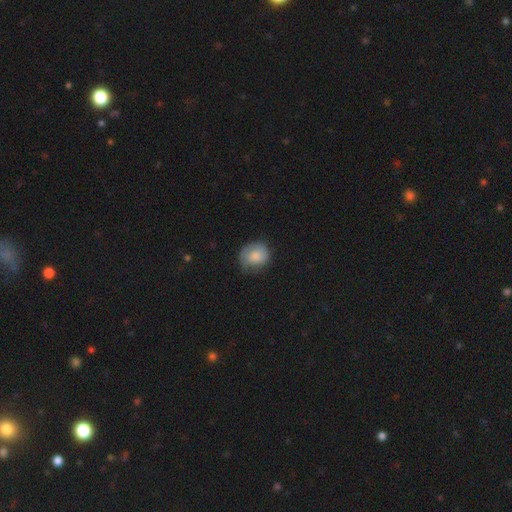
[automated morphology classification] smooth_or_featured: smooth (p=0.75) [alt: featured or disk p=0.18]
how_rounded: round (p=0.68) [alt: in between p=0.31]
merging: none (p=0.63) [alt: minor disturbance p=0.27]